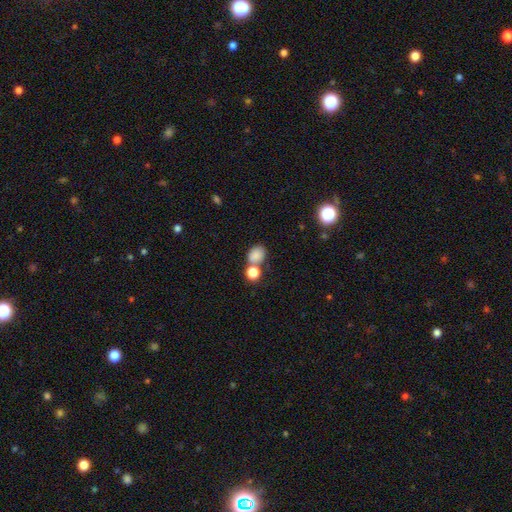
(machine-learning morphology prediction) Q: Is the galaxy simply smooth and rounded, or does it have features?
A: smooth — 82%.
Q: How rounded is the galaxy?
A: in between — 53%.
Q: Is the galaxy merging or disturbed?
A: none — 52%.